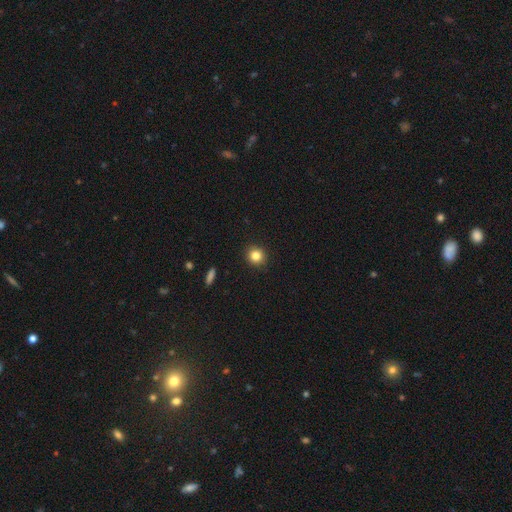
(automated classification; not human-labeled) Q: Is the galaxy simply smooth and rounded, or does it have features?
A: smooth — 83%.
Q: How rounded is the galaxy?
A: round — 90%.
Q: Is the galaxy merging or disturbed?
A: none — 91%.